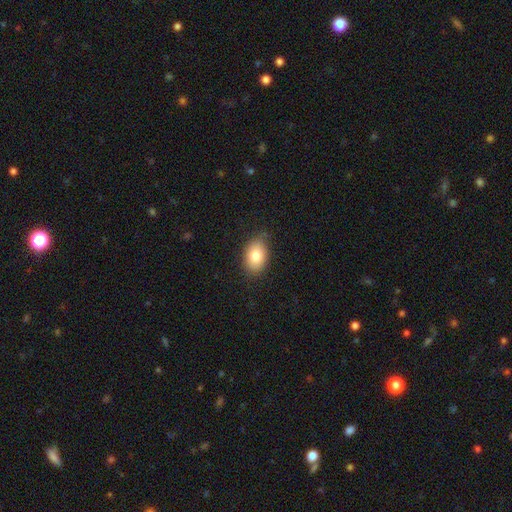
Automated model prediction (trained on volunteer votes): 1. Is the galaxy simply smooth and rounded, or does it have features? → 82% smooth, 11% featured or disk, 8% star or artifact.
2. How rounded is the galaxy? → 87% in between, 12% round, 1% cigar-shaped.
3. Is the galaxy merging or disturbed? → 83% none, 14% minor disturbance, 3% major disturbance, 1% merger.